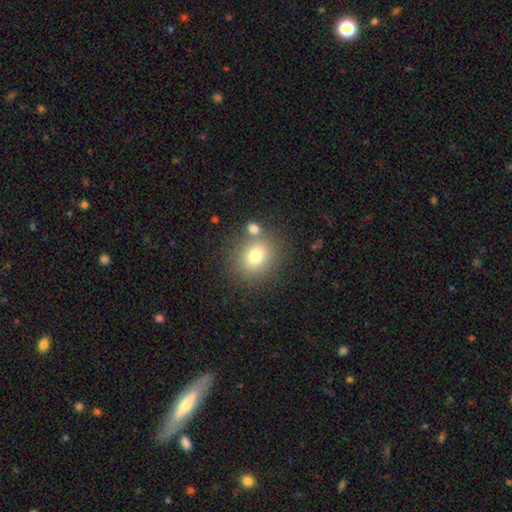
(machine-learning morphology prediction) Smooth or featured? Predicted: smooth (p=0.76). How rounded? Predicted: round (p=0.71). Merging? Predicted: none (p=0.71).